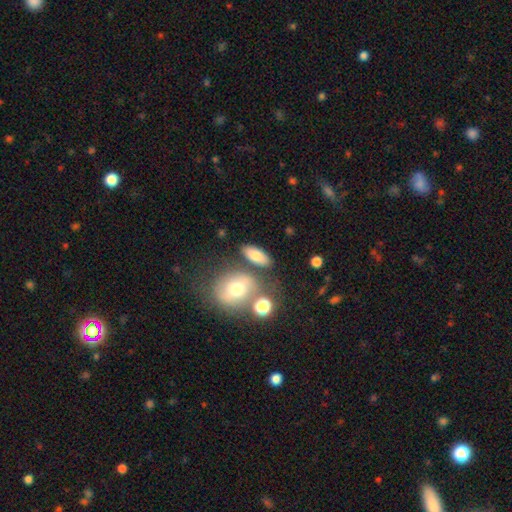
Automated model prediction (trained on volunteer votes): smooth-or-featured: smooth: 77% | featured or disk: 13% | star or artifact: 9%
  how-rounded: in between: 75% | cigar-shaped: 15% | round: 10%
  merging: none: 72% | minor disturbance: 13% | merger: 11% | major disturbance: 5%